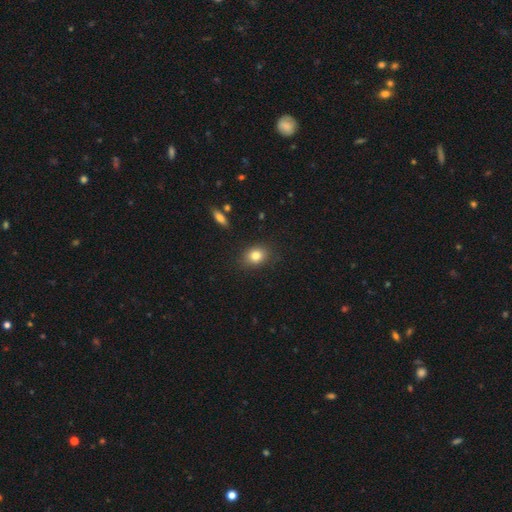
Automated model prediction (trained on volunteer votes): This appears to be a smooth galaxy with no disk features (82%) that is in between round and cigar-shaped (53%). Merging: none (85%).